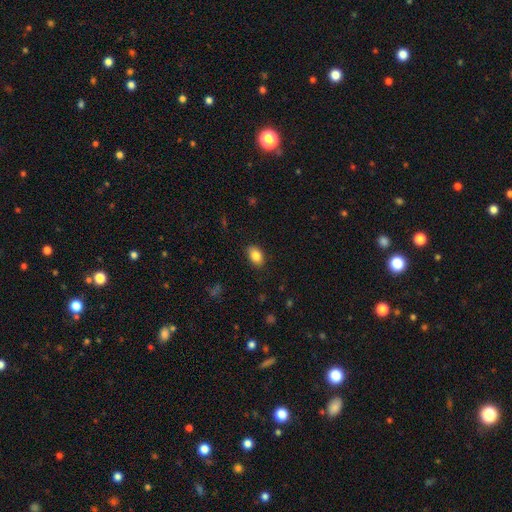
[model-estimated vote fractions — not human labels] Overall: smooth (85%). How rounded: in between (82%). Merging: none (85%).